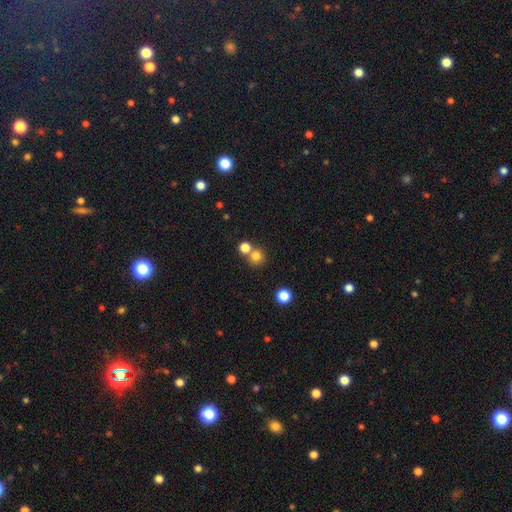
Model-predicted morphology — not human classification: smooth 78%, star or artifact 15%, featured or disk 8%. Down the decision tree: how rounded — round (91%); merging — none (60%).